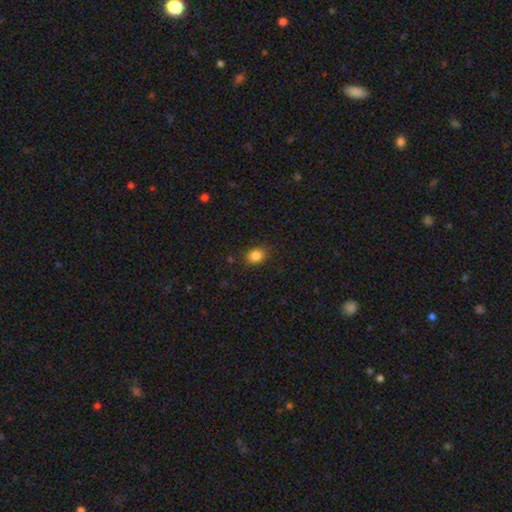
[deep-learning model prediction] A smooth galaxy with no disk features (84%) that is round (50%).

Vote fractions:
- Smooth or featured? smooth: 84% / star or artifact: 11% / featured or disk: 5%
- How rounded? round: 50% / in between: 49% / cigar-shaped: 1%
- Merging? none: 85% / minor disturbance: 12% / major disturbance: 3% / merger: 1%